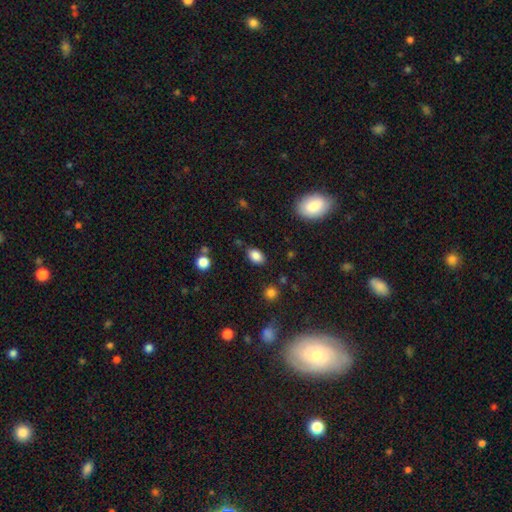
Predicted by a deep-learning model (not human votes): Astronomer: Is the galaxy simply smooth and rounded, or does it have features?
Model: smooth — 85%.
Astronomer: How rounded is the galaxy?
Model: in between — 85%.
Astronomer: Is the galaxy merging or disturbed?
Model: none — 81%.